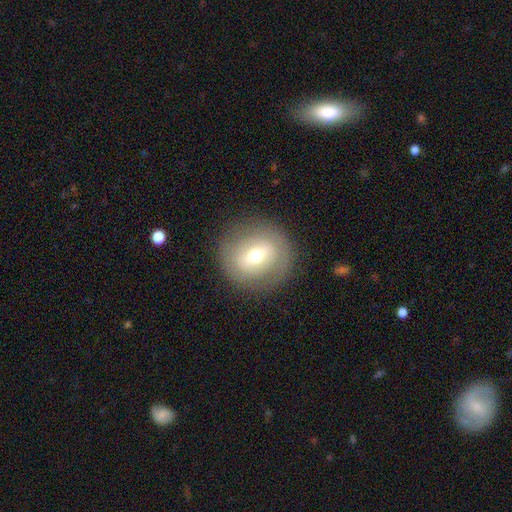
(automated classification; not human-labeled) Smooth or featured? Predicted: smooth (p=0.46). Merging? Predicted: none (p=0.84).